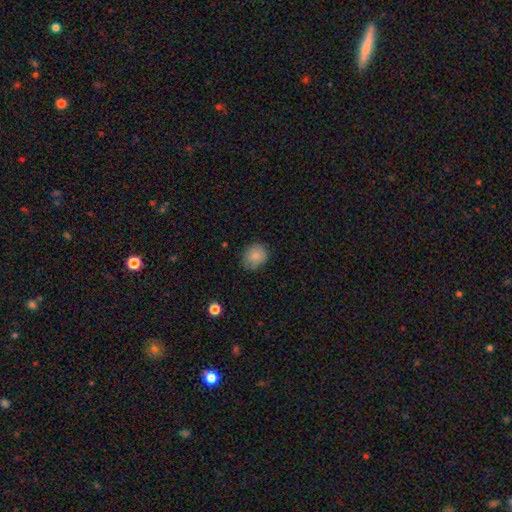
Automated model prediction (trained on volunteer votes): Smooth or featured: smooth — 85% (star or artifact — 8%)
How rounded: round — 72% (in between — 27%)
Merging: none — 79% (minor disturbance — 16%)